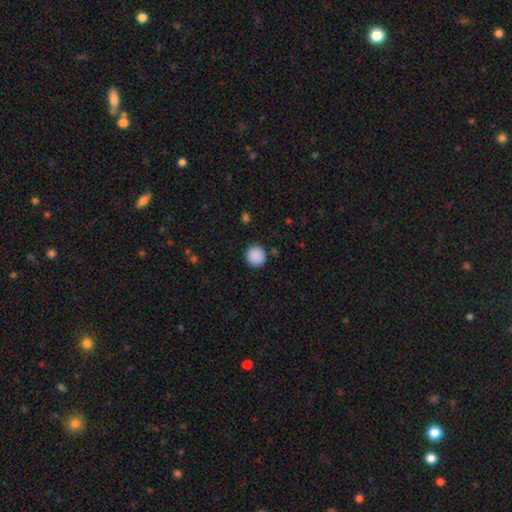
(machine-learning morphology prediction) smooth_or_featured: smooth (p=0.89) [alt: star or artifact p=0.08]
how_rounded: round (p=0.93) [alt: in between p=0.06]
merging: none (p=0.90) [alt: minor disturbance p=0.07]